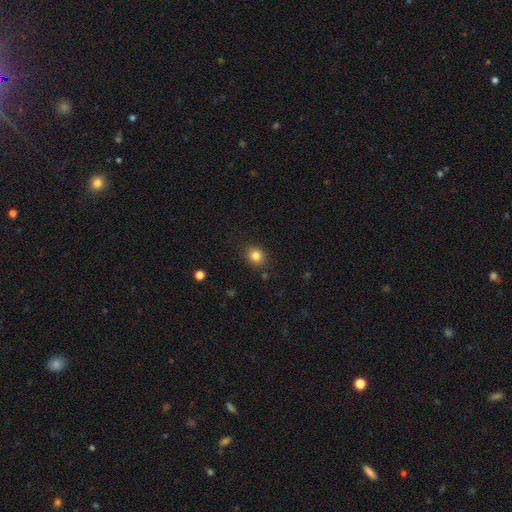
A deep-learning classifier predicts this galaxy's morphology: Smooth or featured? Predicted: smooth (p=0.83). How rounded? Predicted: round (p=0.77). Merging? Predicted: none (p=0.88).